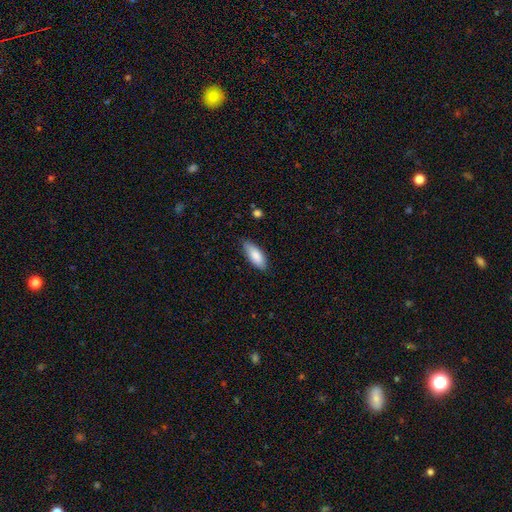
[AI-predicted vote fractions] Smooth or featured? Predicted: smooth (p=0.85). How rounded? Predicted: in between (p=0.77). Merging? Predicted: none (p=0.80).